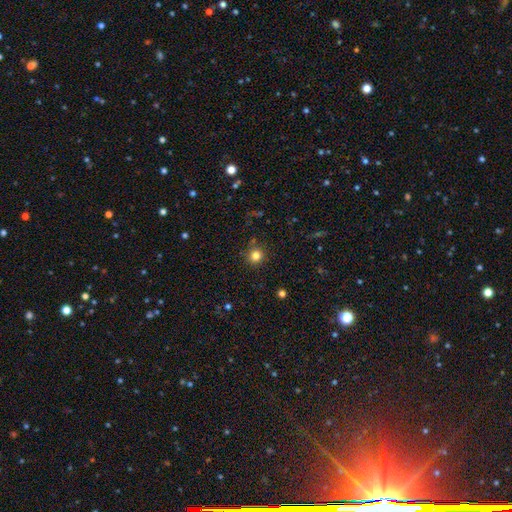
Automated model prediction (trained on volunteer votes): Smooth or featured: smooth — 81% (star or artifact — 13%)
How rounded: round — 93% (in between — 7%)
Merging: none — 87% (minor disturbance — 7%)